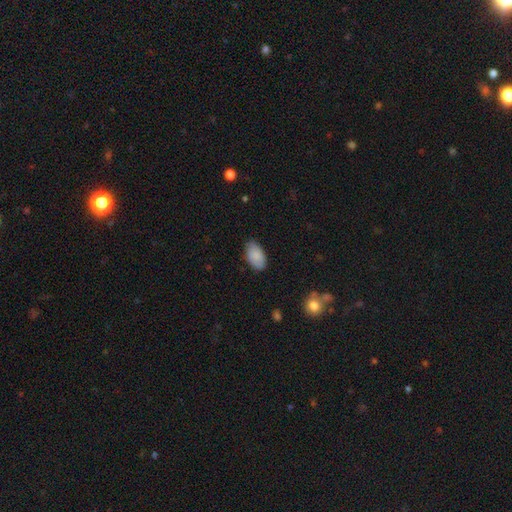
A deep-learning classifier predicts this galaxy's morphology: Overall: smooth (87%). How rounded: in between (94%). Merging: none (79%).